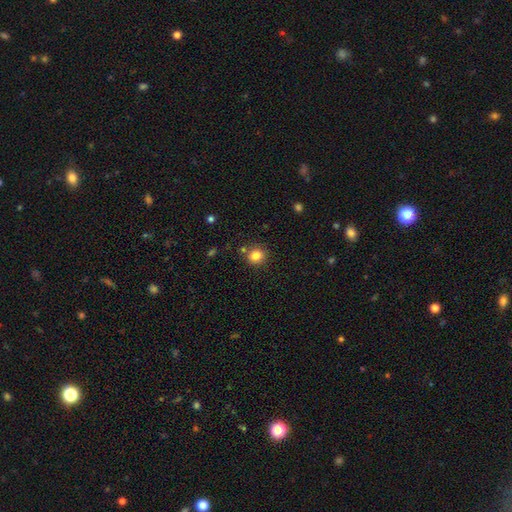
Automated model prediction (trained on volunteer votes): smooth_or_featured: smooth (p=0.83) [alt: star or artifact p=0.11]
how_rounded: round (p=0.82) [alt: in between p=0.17]
merging: none (p=0.81) [alt: minor disturbance p=0.09]